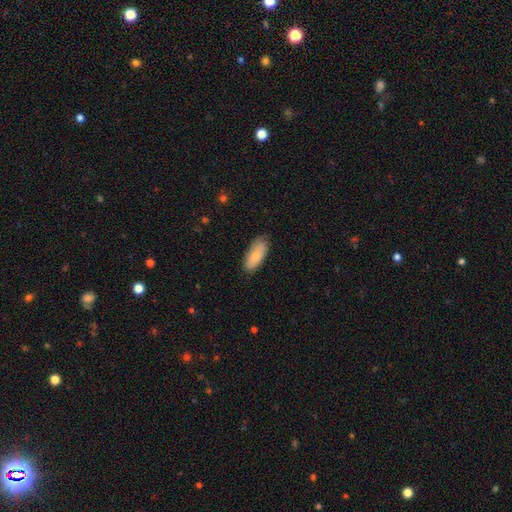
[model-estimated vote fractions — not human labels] This is clearly a smooth galaxy (83%). How rounded: clearly in between (83%). Merging: likely none (79%).